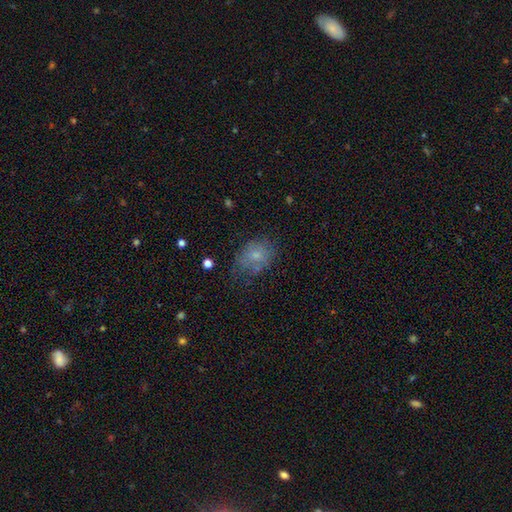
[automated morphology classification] Smooth or featured?
  - smooth: 67% *
  - featured or disk: 22%
  - star or artifact: 11%
How rounded?
  - in between: 61% *
  - round: 38%
  - cigar-shaped: 1%
Merging?
  - none: 53% *
  - minor disturbance: 28%
  - major disturbance: 15%
  - merger: 4%